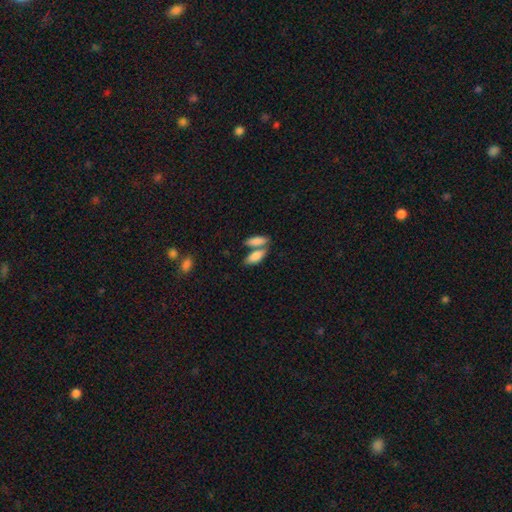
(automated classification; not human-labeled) Smooth or featured?
  - smooth: 83% *
  - featured or disk: 11%
  - star or artifact: 6%
How rounded?
  - in between: 79% *
  - cigar-shaped: 18%
  - round: 3%
Merging?
  - merger: 47% *
  - none: 40%
  - minor disturbance: 9%
  - major disturbance: 4%